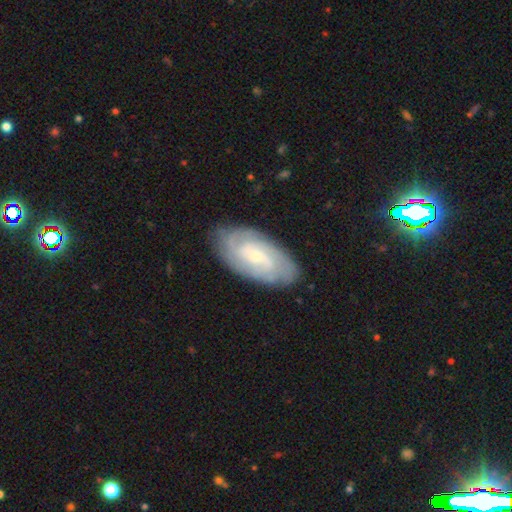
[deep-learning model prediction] A featured or disk galaxy (74%) with no bar (48%), tight (65%) spiral arms (93%) and a small central bulge (60%).

Vote fractions:
- Smooth or featured? featured or disk: 74% / smooth: 20% / star or artifact: 6%
- Edge-on disk? no: 94% / yes: 6%
- Bar? no: 48% / weak: 43% / strong: 9%
- Spiral arms? yes: 93% / no: 7%
- Spiral winding? tight: 65% / medium: 28% / loose: 7%
- Spiral arm count? can't tell: 41% / 2: 26% / 3: 16% / 4: 10% / more than 4: 4% / 1: 4%
- Bulge size? small: 60% / moderate: 29% / none: 6% / large: 3% / dominant: 1%
- Merging? none: 81% / minor disturbance: 14% / major disturbance: 3% / merger: 1%